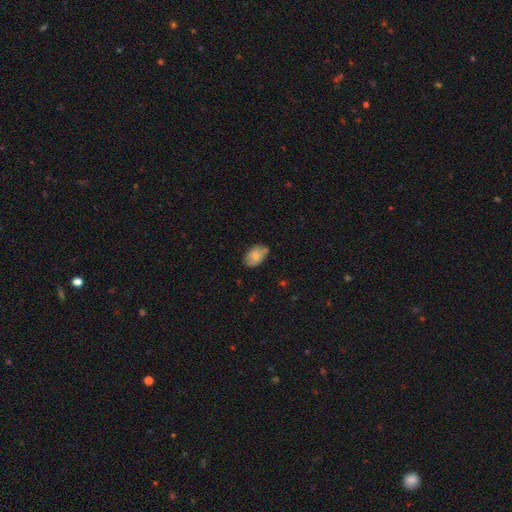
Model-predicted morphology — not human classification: Q: Smooth or featured?
A: smooth (70%); runner-up: featured or disk (23%)
Q: How rounded?
A: in between (89%); runner-up: round (9%)
Q: Merging?
A: none (66%); runner-up: minor disturbance (26%)